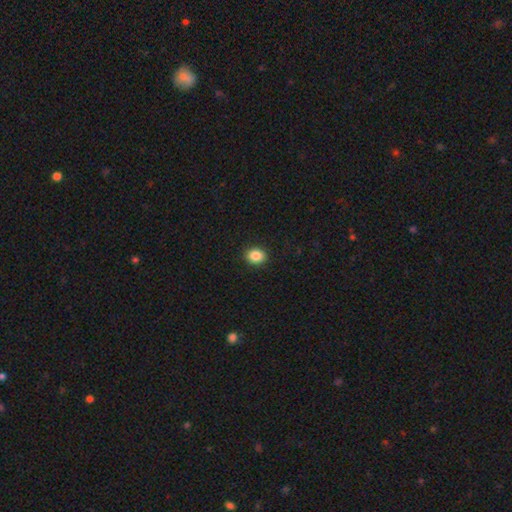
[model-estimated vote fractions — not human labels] A smooth galaxy with no disk features (87%) that is round (55%). Merging: none (91%).